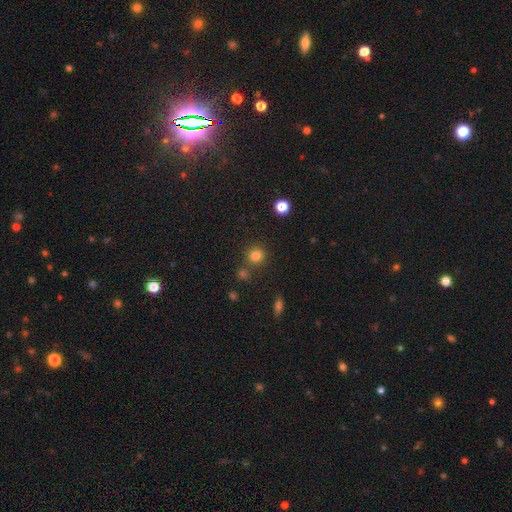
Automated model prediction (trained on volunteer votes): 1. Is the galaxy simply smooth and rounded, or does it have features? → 80% smooth, 14% star or artifact, 5% featured or disk.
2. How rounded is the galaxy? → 92% round, 7% in between, 1% cigar-shaped.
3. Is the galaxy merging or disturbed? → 78% none, 11% merger, 8% minor disturbance, 3% major disturbance.